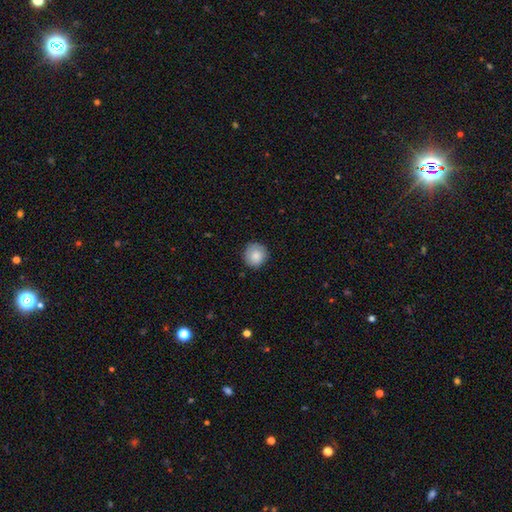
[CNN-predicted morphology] This is clearly a smooth galaxy (85%). How rounded: clearly round (93%). Merging: clearly none (87%).